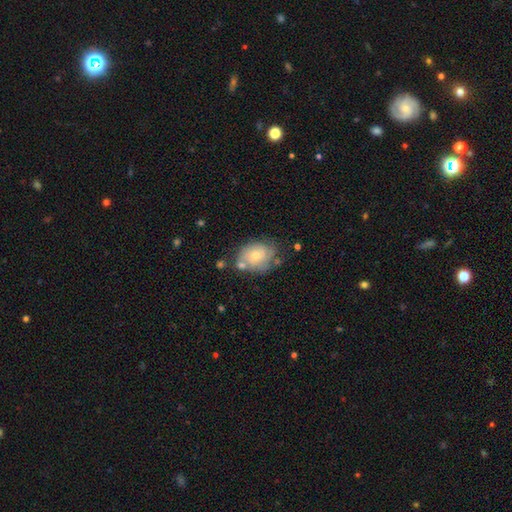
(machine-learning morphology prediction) Overall: smooth (47%; featured or disk 45%). Merging: none (54%; minor disturbance 24%).